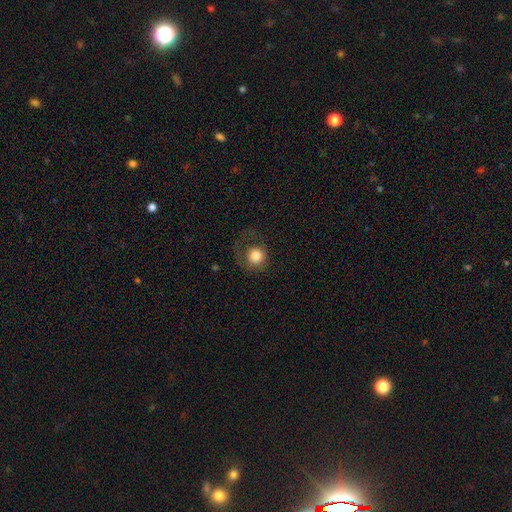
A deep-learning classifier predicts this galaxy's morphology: A smooth galaxy with no disk features (78%) that is round (89%). Merging: none (51%).